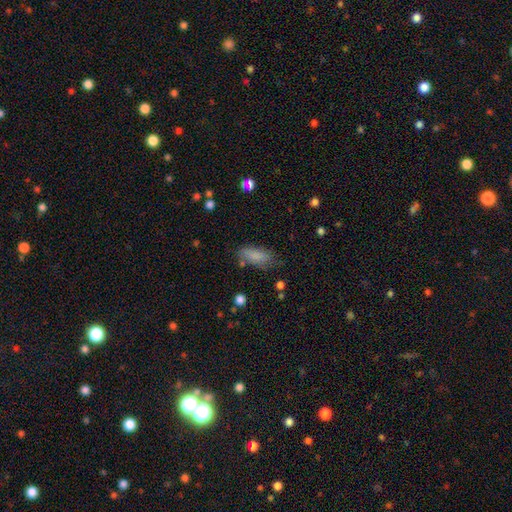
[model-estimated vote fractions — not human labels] Morphology: type=smooth (84%); roundness=in between (81%); merging=none (66%).